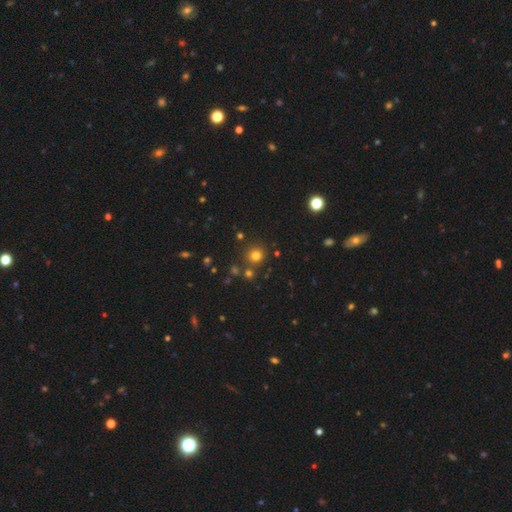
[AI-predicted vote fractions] This is likely a smooth galaxy (75%). How rounded: clearly round (92%). Merging: clearly none (82%).